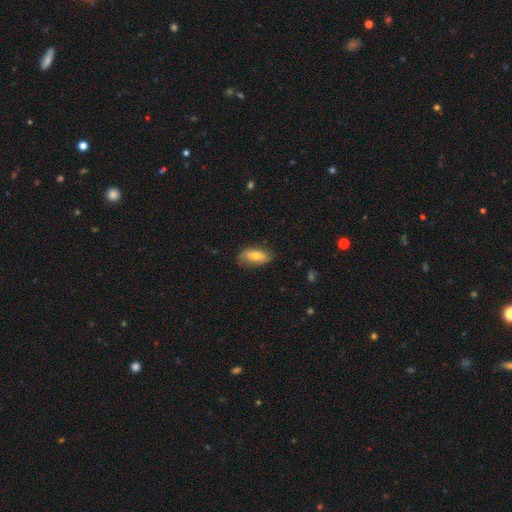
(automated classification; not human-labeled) smooth 65%, featured or disk 28%, star or artifact 7%. Down the decision tree: how rounded — in between (85%); merging — none (73%).